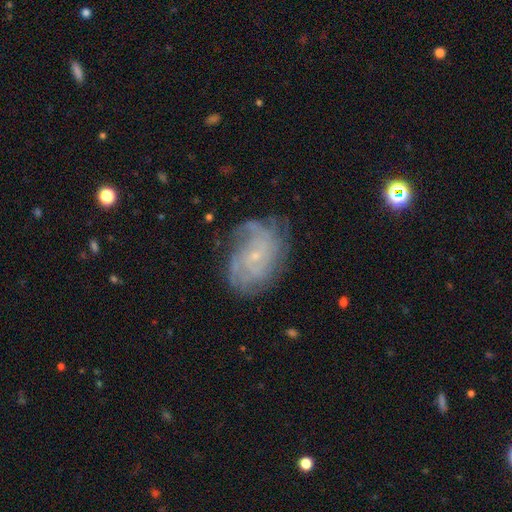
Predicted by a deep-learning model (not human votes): featured or disk 78%, smooth 13%, star or artifact 9%. Down the decision tree: edge-on disk — no (97%); bar — no (71%); spiral arms — yes (92%); spiral arm count — can't tell (43%); spiral winding — tight (60%); bulge size — small (84%); merging — none (68%).